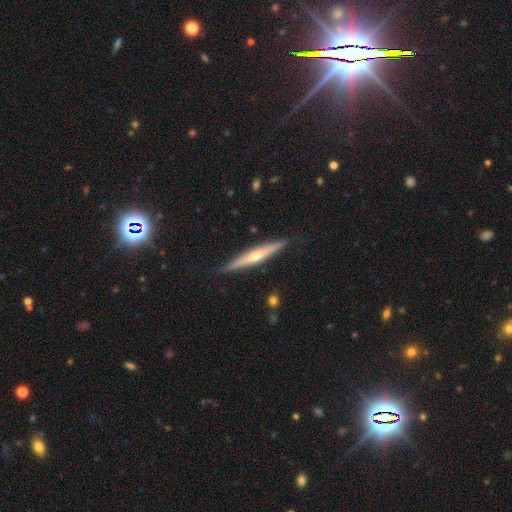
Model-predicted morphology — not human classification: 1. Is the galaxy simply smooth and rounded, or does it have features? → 62% featured or disk, 32% smooth, 6% star or artifact.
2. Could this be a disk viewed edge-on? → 96% yes, 4% no.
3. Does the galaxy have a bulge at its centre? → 74% rounded, 20% none, 6% boxy.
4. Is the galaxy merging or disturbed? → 88% none, 9% minor disturbance, 2% major disturbance, 1% merger.